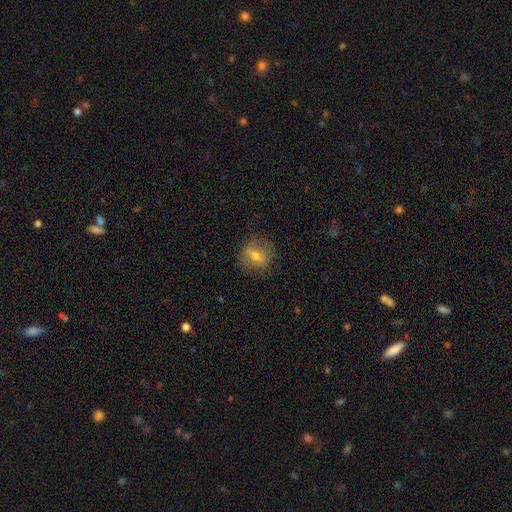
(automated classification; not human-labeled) smooth-or-featured: smooth: 56% | featured or disk: 34% | star or artifact: 10%
  how-rounded: round: 69% | in between: 29% | cigar-shaped: 2%
  merging: none: 77% | minor disturbance: 15% | major disturbance: 7% | merger: 1%